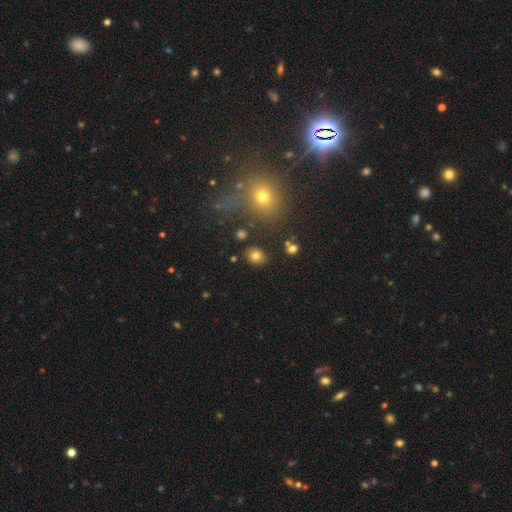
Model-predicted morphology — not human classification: Smooth or featured?
  - smooth: 80% *
  - star or artifact: 13%
  - featured or disk: 8%
How rounded?
  - round: 65% *
  - in between: 34%
  - cigar-shaped: 1%
Merging?
  - none: 85% *
  - minor disturbance: 9%
  - merger: 4%
  - major disturbance: 3%